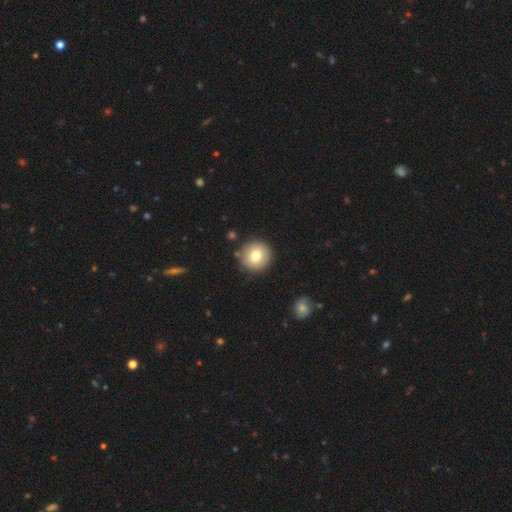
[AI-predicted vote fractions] This is likely a smooth galaxy (78%). How rounded: clearly round (95%). Merging: clearly none (87%).